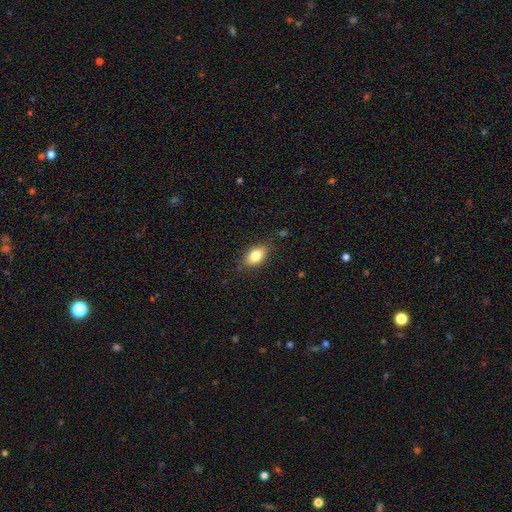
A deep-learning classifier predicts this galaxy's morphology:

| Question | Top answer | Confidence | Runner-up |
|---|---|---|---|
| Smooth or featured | smooth | 80% | featured or disk (12%) |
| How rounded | in between | 88% | round (8%) |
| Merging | none | 83% | minor disturbance (13%) |